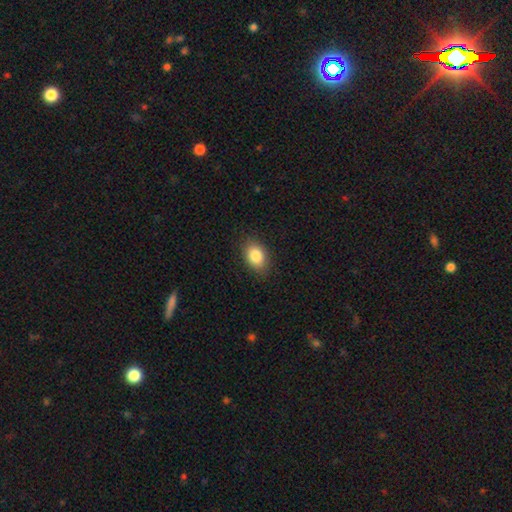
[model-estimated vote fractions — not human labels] A smooth galaxy with no disk features (85%) that is in between round and cigar-shaped (79%).

Vote fractions:
- Smooth or featured? smooth: 85% / star or artifact: 8% / featured or disk: 7%
- How rounded? in between: 79% / round: 19% / cigar-shaped: 1%
- Merging? none: 86% / minor disturbance: 10% / major disturbance: 3% / merger: 1%